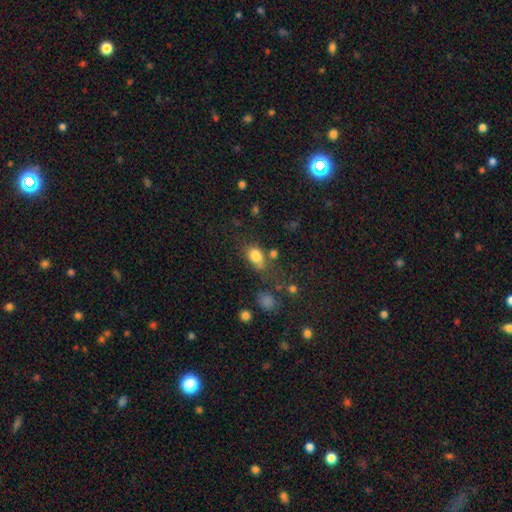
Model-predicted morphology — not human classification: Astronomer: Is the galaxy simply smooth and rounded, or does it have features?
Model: smooth — 81%.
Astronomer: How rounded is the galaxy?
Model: in between — 73%.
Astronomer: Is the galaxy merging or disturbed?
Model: none — 52%.